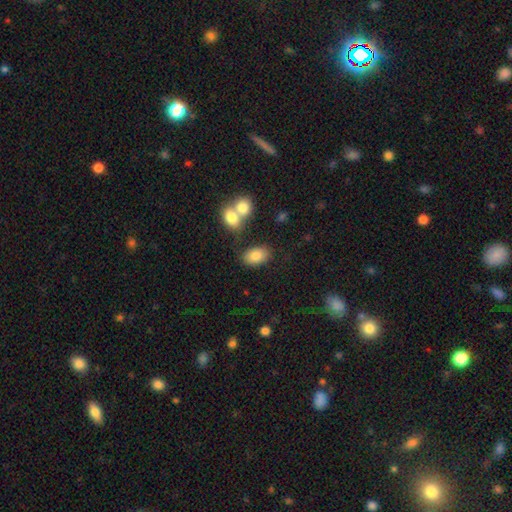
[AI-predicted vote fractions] This appears to be a smooth galaxy with no disk features (82%) that is in between round and cigar-shaped (89%). Merging: none (72%).